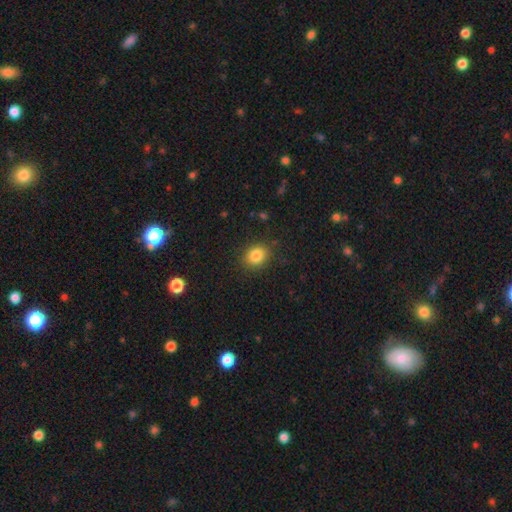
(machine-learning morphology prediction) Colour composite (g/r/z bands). It shows a smooth galaxy with no disk features (84%) that is round (56%). Merging: none (84%).